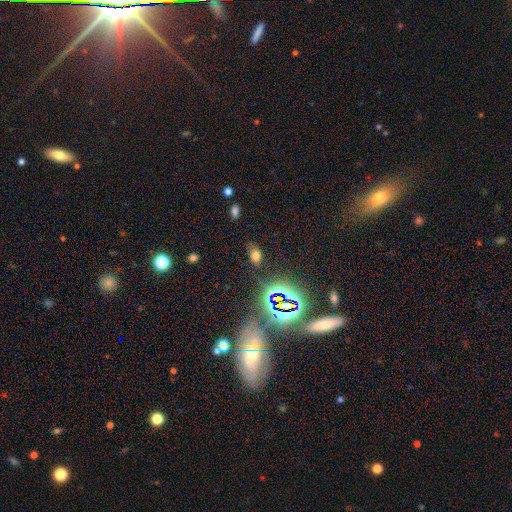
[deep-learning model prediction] Smooth or featured? smooth (61%)
How rounded? in between (83%)
Merging? none (76%)